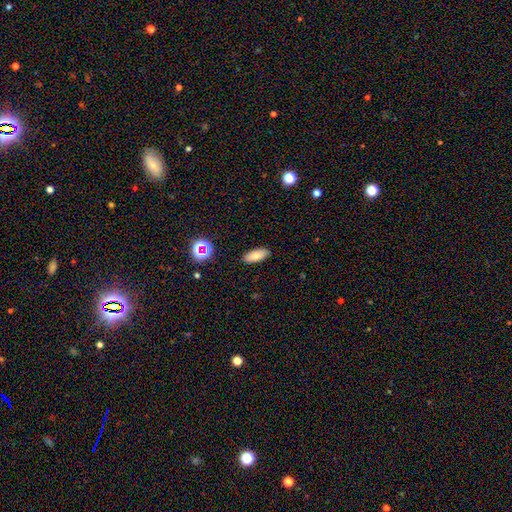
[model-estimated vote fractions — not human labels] smooth 77%, featured or disk 13%, star or artifact 10%. Down the decision tree: how rounded — in between (81%); merging — none (89%).